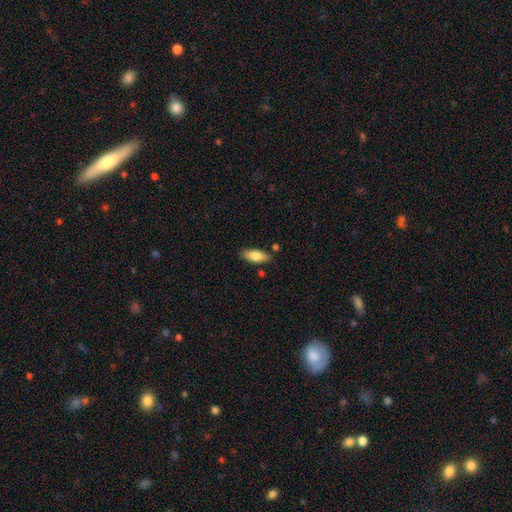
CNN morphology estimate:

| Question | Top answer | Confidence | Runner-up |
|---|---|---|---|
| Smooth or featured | smooth | 81% | featured or disk (13%) |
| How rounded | in between | 79% | cigar-shaped (19%) |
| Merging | none | 80% | minor disturbance (13%) |